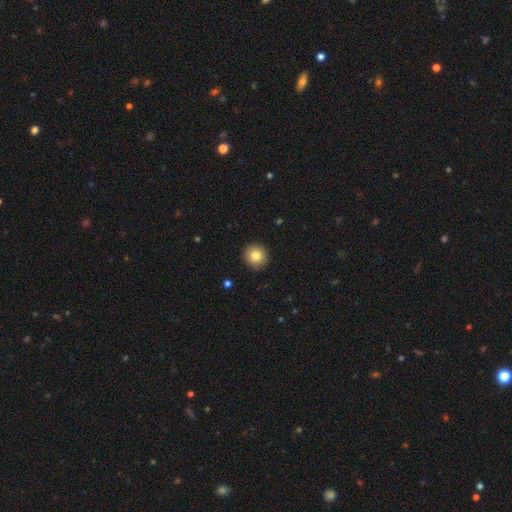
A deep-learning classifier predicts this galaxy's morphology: The model was most divided on "smooth or featured": smooth: 82%, star or artifact: 10%, featured or disk: 8%. More confident: how rounded — round (93%); merging — none (92%).